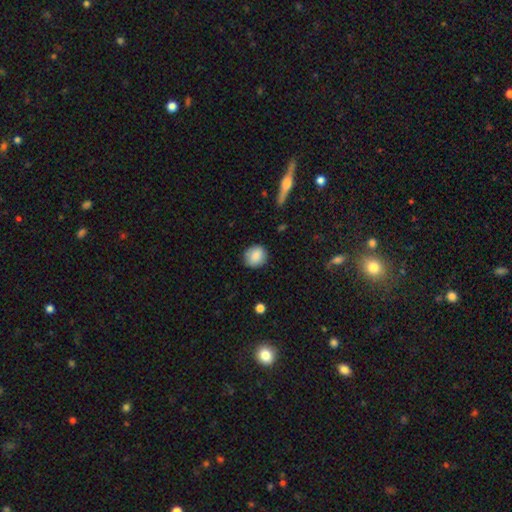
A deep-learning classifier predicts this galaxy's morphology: Q: Smooth or featured?
A: smooth (85%); runner-up: featured or disk (8%)
Q: How rounded?
A: round (78%); runner-up: in between (21%)
Q: Merging?
A: none (84%); runner-up: minor disturbance (12%)